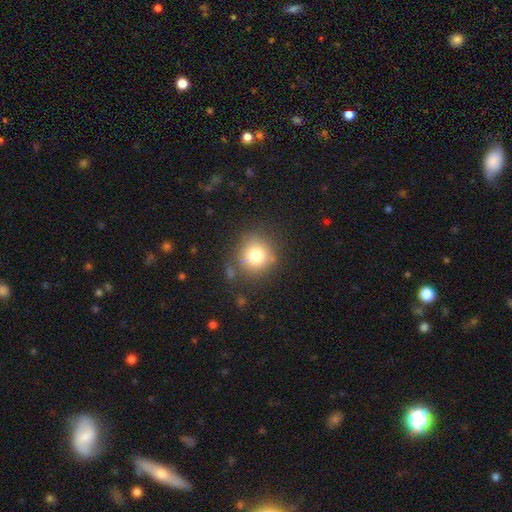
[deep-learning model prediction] Overall: smooth (78%). How rounded: round (89%). Merging: none (78%).